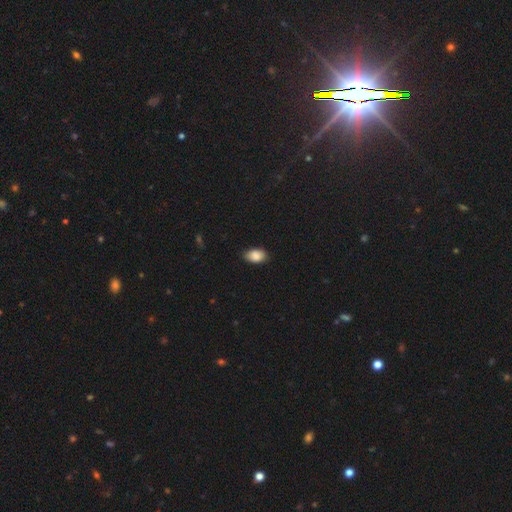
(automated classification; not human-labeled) smooth 88%, star or artifact 7%, featured or disk 4%. Down the decision tree: how rounded — in between (90%); merging — none (83%).